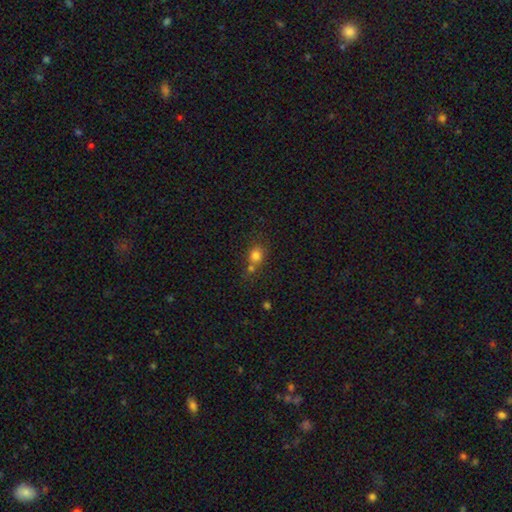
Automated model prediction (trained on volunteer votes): Overall: smooth (78%). How rounded: round (75%). Merging: none (45%; merger 40%).